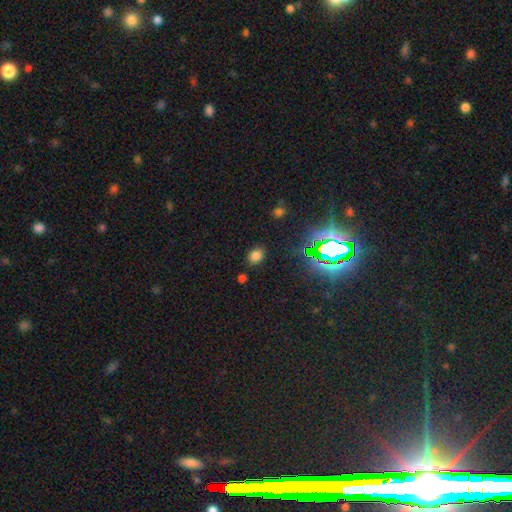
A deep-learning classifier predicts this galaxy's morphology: A smooth galaxy with no disk features (69%) that is in between round and cigar-shaped (62%). Merging: none (84%).